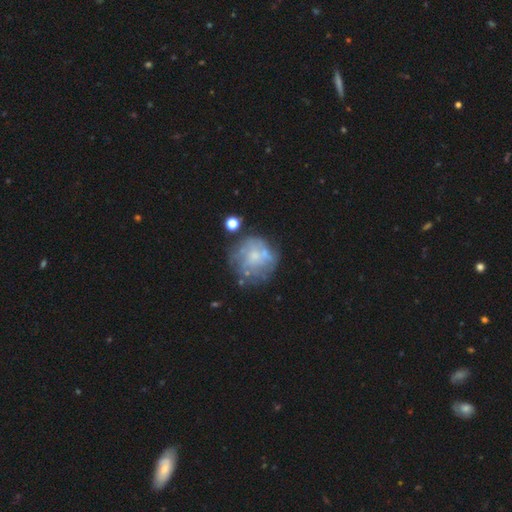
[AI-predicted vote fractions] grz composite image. It shows a featured or disk galaxy (56%) with no bar (85%), no spiral arms (66%) and a small central bulge (42%). Merging: none (59%).